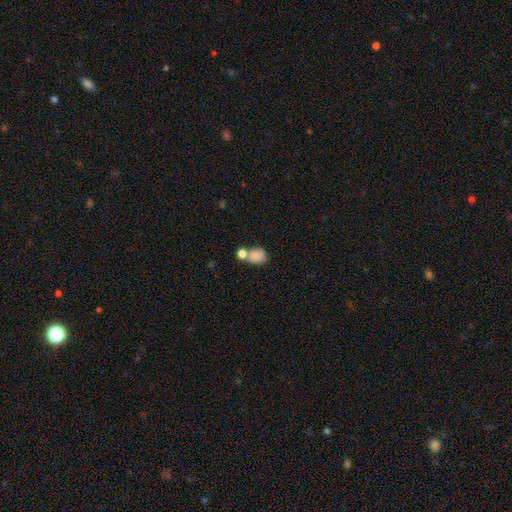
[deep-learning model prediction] Smooth or featured? Predicted: smooth (p=0.82). How rounded? Predicted: in between (p=0.52). Merging? Predicted: merger (p=0.43).